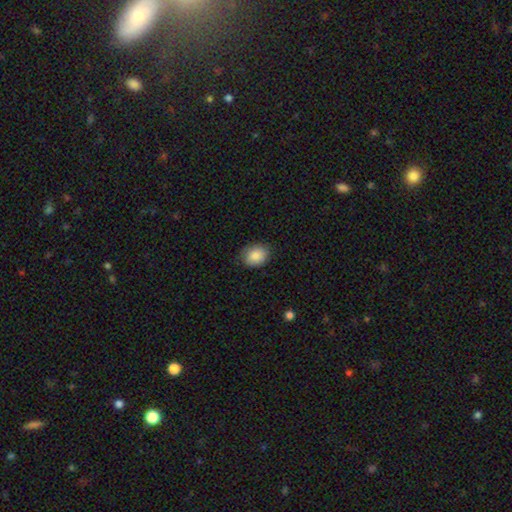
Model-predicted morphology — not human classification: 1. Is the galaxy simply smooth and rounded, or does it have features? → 87% smooth, 8% star or artifact, 5% featured or disk.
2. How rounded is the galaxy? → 53% in between, 46% round, 1% cigar-shaped.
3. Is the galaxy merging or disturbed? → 82% none, 15% minor disturbance, 3% major disturbance, 1% merger.